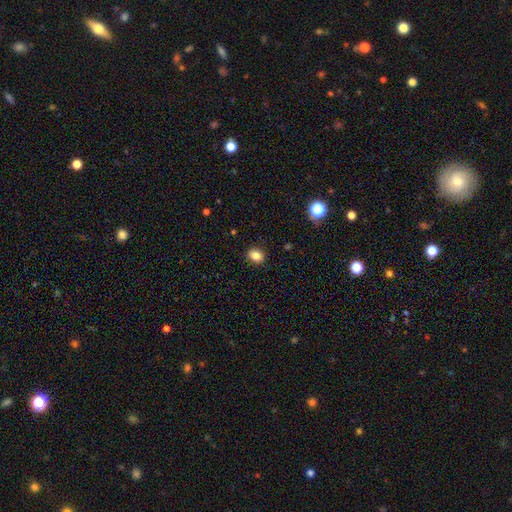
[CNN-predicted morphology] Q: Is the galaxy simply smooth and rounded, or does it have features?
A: smooth — 85%.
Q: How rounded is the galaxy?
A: in between — 59%.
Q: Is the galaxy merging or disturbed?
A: none — 89%.